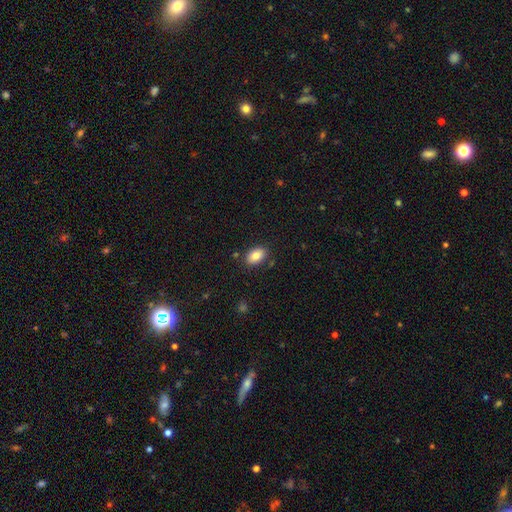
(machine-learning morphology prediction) The model was most divided on "merging": none: 84%, minor disturbance: 10%, merger: 3%, major disturbance: 3%. More confident: how rounded — in between (91%); smooth or featured — smooth (84%).